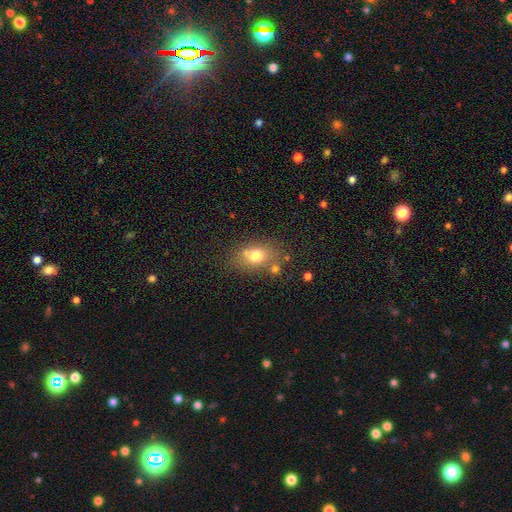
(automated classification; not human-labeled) A smooth galaxy with no disk features (73%) that is in between round and cigar-shaped (64%).

Vote fractions:
- Smooth or featured? smooth: 73% / featured or disk: 15% / star or artifact: 12%
- How rounded? in between: 64% / round: 34% / cigar-shaped: 2%
- Merging? none: 63% / minor disturbance: 17% / merger: 14% / major disturbance: 6%